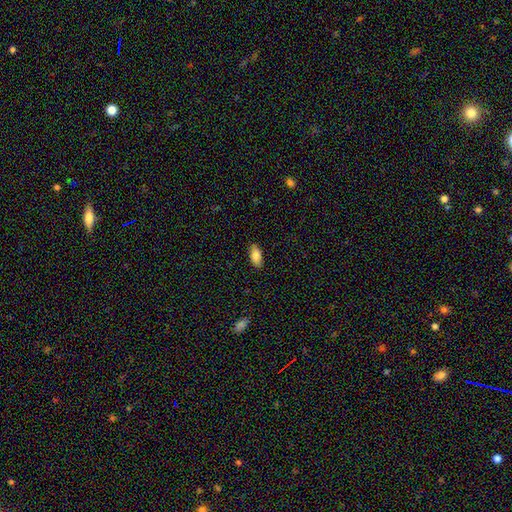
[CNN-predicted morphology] This is clearly a smooth galaxy (82%). How rounded: clearly in between (90%). Merging: clearly none (86%).